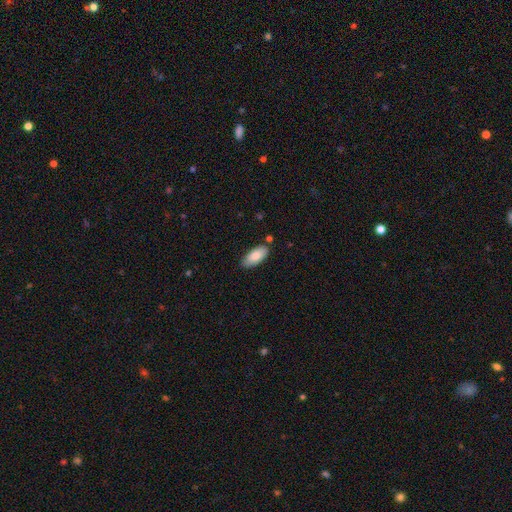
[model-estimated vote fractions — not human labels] smooth_or_featured: smooth (p=0.84) [alt: featured or disk p=0.10]
how_rounded: in between (p=0.90) [alt: cigar-shaped p=0.09]
merging: none (p=0.82) [alt: minor disturbance p=0.13]